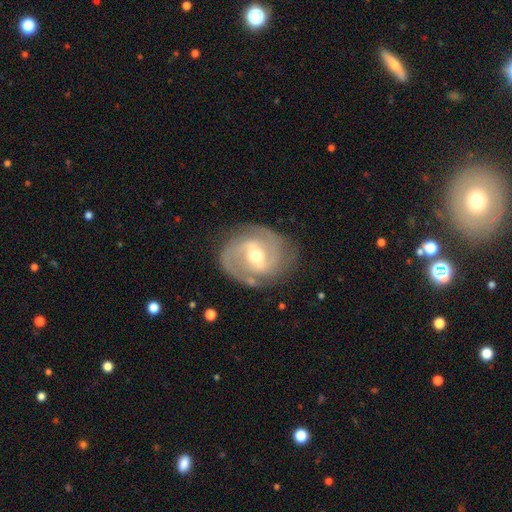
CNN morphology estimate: The model was most divided on "spiral winding": tight: 47%, medium: 42%, loose: 11%. Remaining: edge-on disk — no (97%); spiral arms — yes (93%); smooth or featured — featured or disk (85%); merging — none (77%); spiral arm count — 2 (73%); bulge size — moderate (64%); bar — weak (48%).